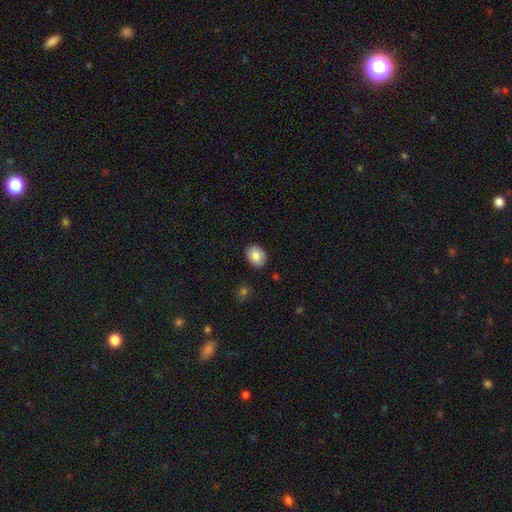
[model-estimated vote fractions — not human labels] Smooth or featured: smooth — 84% (featured or disk — 8%)
How rounded: in between — 60% (round — 39%)
Merging: none — 85% (minor disturbance — 11%)